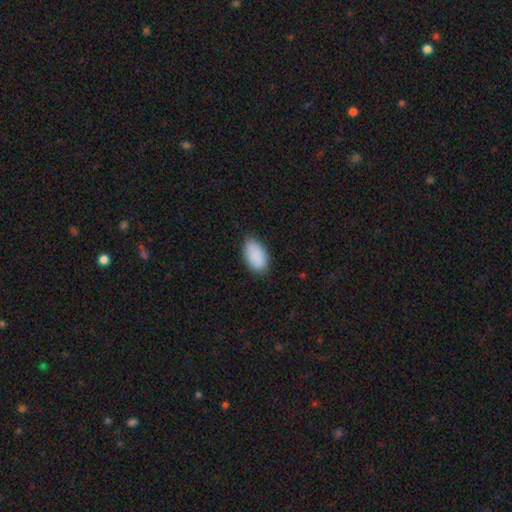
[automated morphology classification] Smooth or featured?
  - smooth: 90% *
  - star or artifact: 7%
  - featured or disk: 4%
How rounded?
  - in between: 95% *
  - round: 4%
  - cigar-shaped: 2%
Merging?
  - none: 82% *
  - minor disturbance: 14%
  - major disturbance: 3%
  - merger: 1%